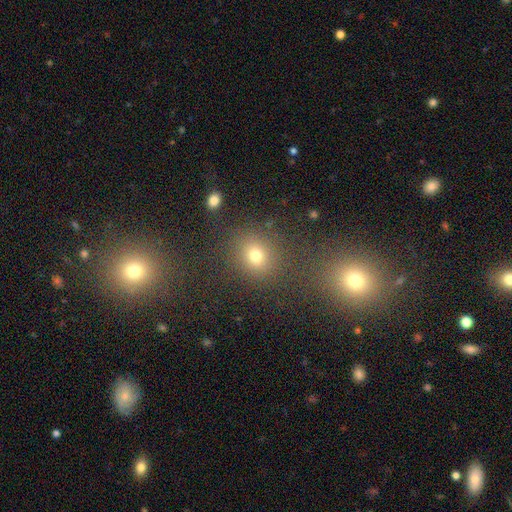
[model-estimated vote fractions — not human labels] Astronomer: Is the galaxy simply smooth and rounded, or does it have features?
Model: smooth — 71%.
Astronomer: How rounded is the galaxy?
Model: round — 73%.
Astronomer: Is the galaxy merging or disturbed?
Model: none — 77%.